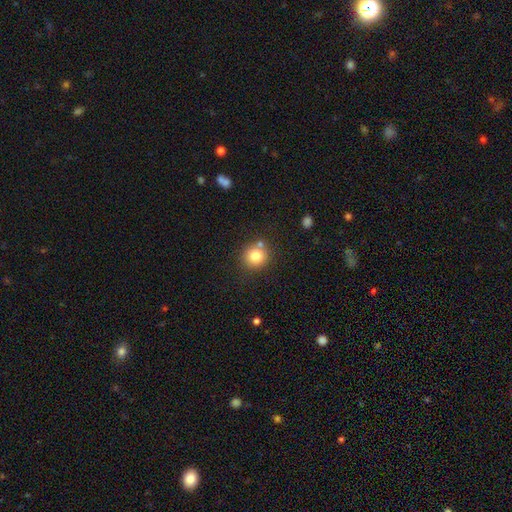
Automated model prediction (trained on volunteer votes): Smooth or featured? Predicted: smooth (p=0.80). How rounded? Predicted: round (p=0.89). Merging? Predicted: none (p=0.74).